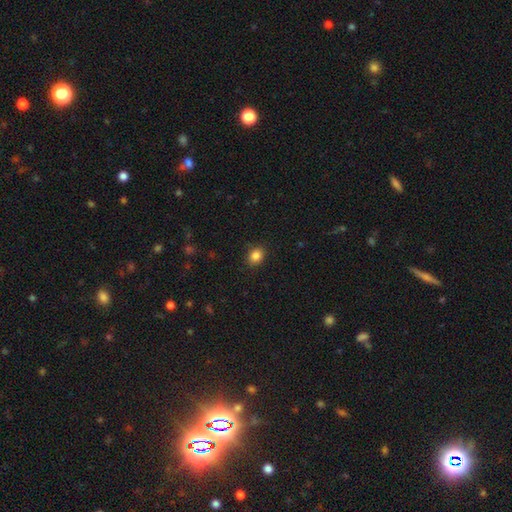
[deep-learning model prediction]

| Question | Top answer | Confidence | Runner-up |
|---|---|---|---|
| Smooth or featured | smooth | 86% | star or artifact (10%) |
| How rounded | round | 52% | in between (47%) |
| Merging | none | 89% | minor disturbance (8%) |